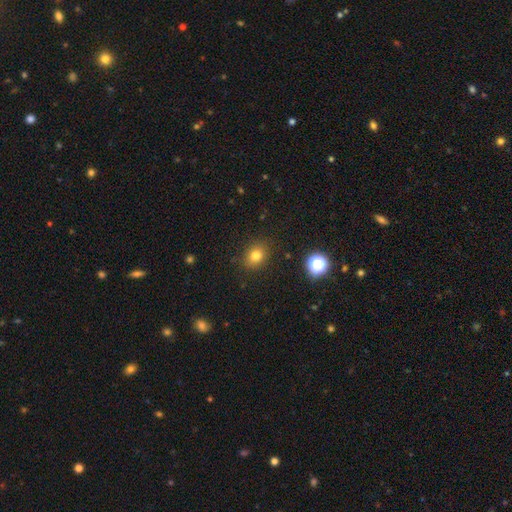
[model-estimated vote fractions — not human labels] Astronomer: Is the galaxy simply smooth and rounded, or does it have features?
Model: smooth — 79%.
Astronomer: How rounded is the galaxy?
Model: round — 56% (runner-up: in between, 43%).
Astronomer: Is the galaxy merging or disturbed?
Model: none — 87%.